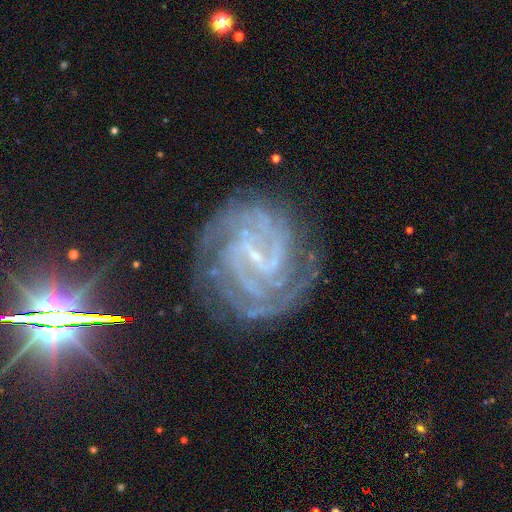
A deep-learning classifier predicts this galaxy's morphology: A featured or disk galaxy (88%) with a strong bar (43%), 2 (31%) tight (65%) spiral arms (98%) and a small central bulge (76%). Merging: none (76%).